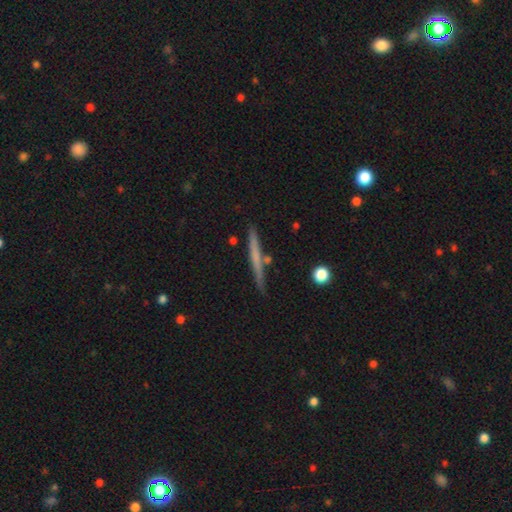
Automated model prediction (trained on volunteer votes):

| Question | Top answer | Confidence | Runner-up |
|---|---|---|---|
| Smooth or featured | smooth | 49% | featured or disk (45%) |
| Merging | none | 83% | minor disturbance (10%) |